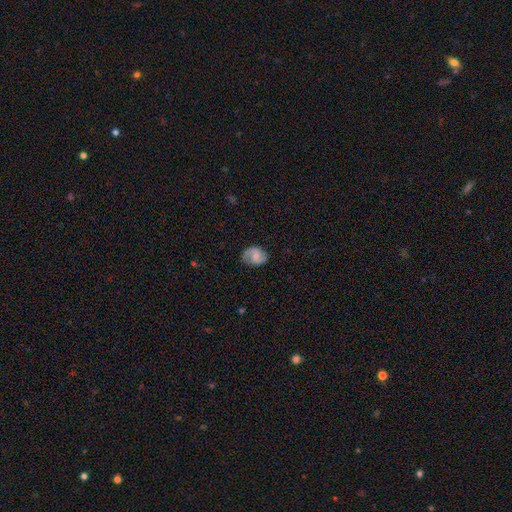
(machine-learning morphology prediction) This is possibly a featured or disk galaxy (58%). It is clearly not viewed edge-on (97%). Bar: possibly weak (49%). Spiral arm pattern: clearly yes (90%). Spiral arm count: clearly 2 (88%). Spiral winding: possibly medium (47%). Central bulge: possibly none (46%). Merging: likely none (78%).